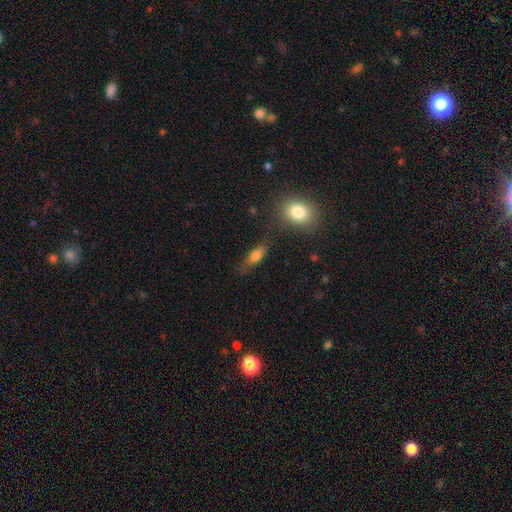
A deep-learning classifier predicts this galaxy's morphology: smooth_or_featured: smooth (p=0.74) [alt: featured or disk p=0.16]
how_rounded: in between (p=0.70) [alt: cigar-shaped p=0.24]
merging: none (p=0.68) [alt: minor disturbance p=0.20]